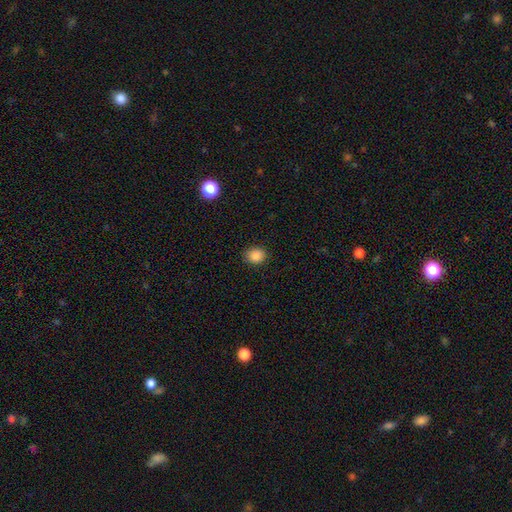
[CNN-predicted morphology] Smooth or featured? smooth (86%)
How rounded? round (63%)
Merging? none (89%)